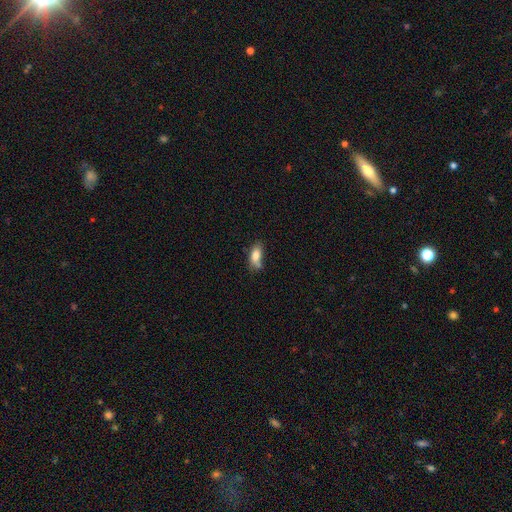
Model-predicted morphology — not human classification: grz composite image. It shows a smooth galaxy with no disk features (80%) that is in between round and cigar-shaped (84%). Merging: none (49%).